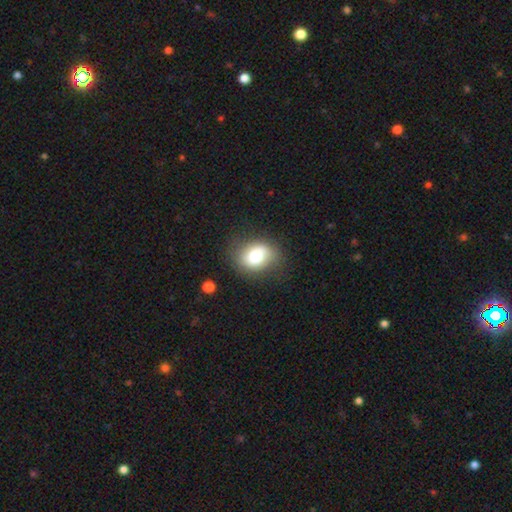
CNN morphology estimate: A smooth galaxy with no disk features (68%) that is in between round and cigar-shaped (51%). Merging: none (75%).